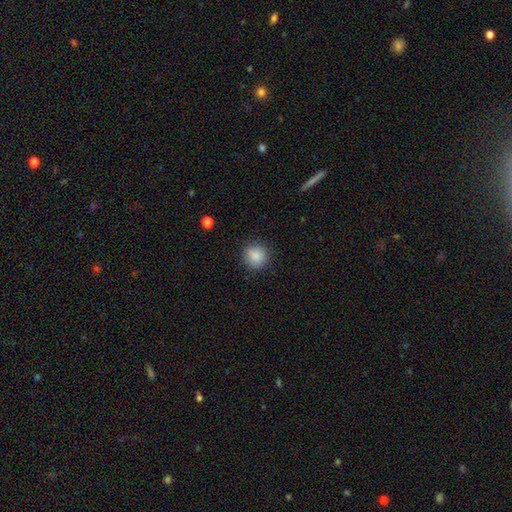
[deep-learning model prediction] Morphology: type=smooth (87%); roundness=round (90%); merging=none (87%).